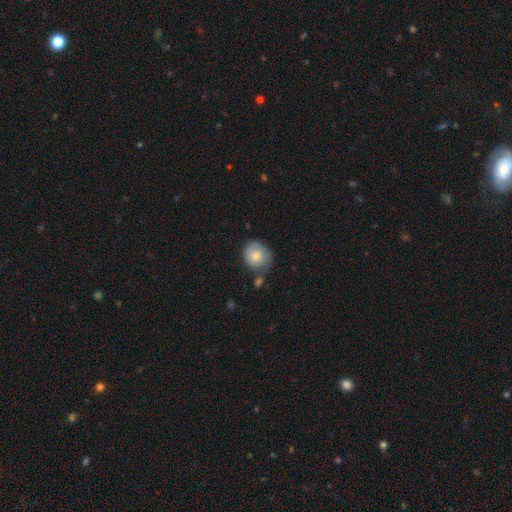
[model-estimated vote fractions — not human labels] smooth 76%, featured or disk 18%, star or artifact 7%. Down the decision tree: how rounded — round (77%); merging — none (46%).